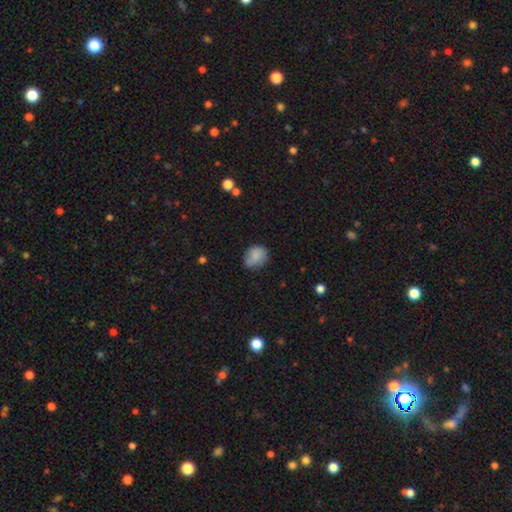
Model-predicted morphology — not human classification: type=smooth (76%); roundness=round (58%); merging=none (61%).